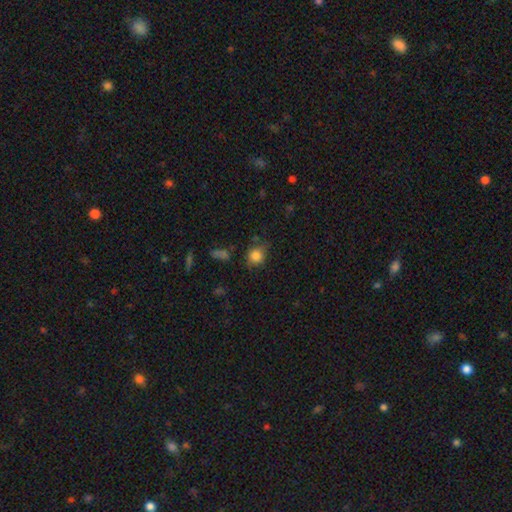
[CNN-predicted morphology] smooth_or_featured: smooth (p=0.81) [alt: star or artifact p=0.11]
how_rounded: round (p=0.76) [alt: in between p=0.23]
merging: none (p=0.66) [alt: minor disturbance p=0.24]